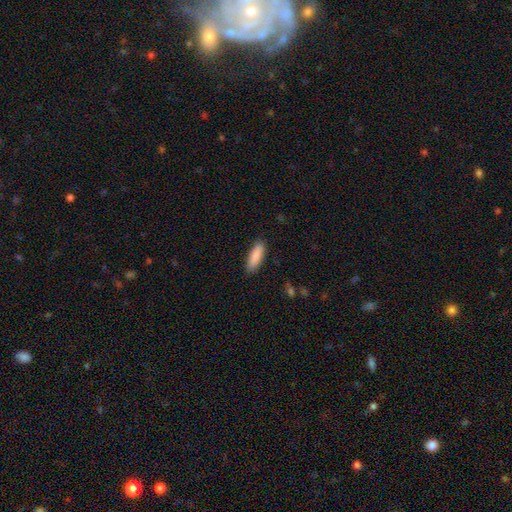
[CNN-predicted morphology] Smooth or featured? smooth (89%)
How rounded? in between (50%)
Merging? none (88%)